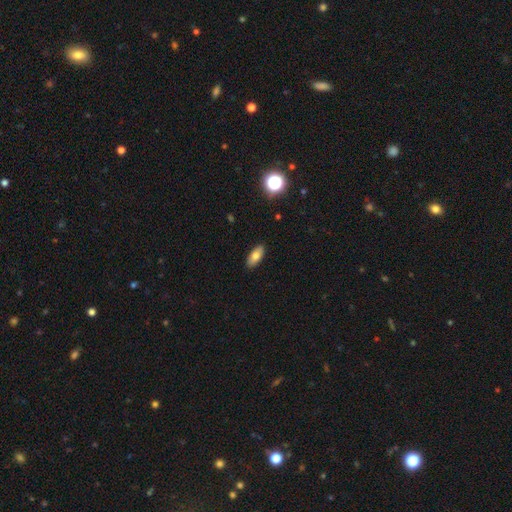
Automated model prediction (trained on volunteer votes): Morphology: type=smooth (76%); roundness=in between (83%); merging=none (90%).